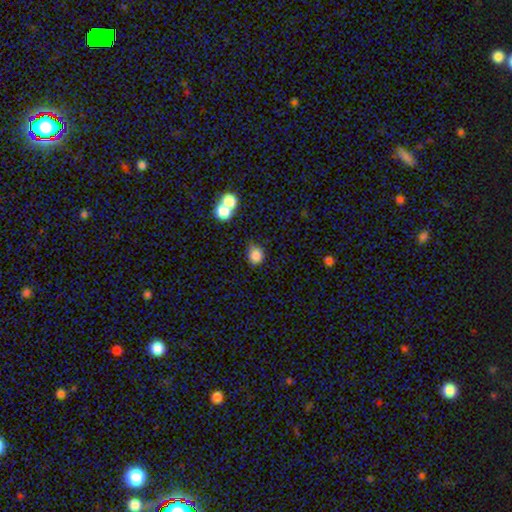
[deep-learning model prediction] Smooth or featured? Predicted: smooth (p=0.81). How rounded? Predicted: round (p=0.67). Merging? Predicted: none (p=0.55).